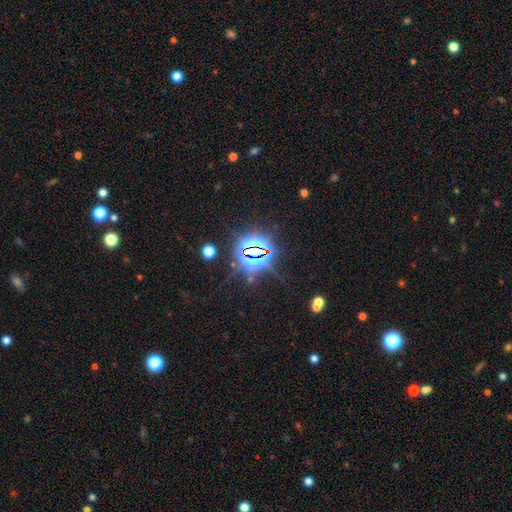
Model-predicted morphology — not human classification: Smooth or featured?
  - star or artifact: 81% *
  - smooth: 11%
  - featured or disk: 8%